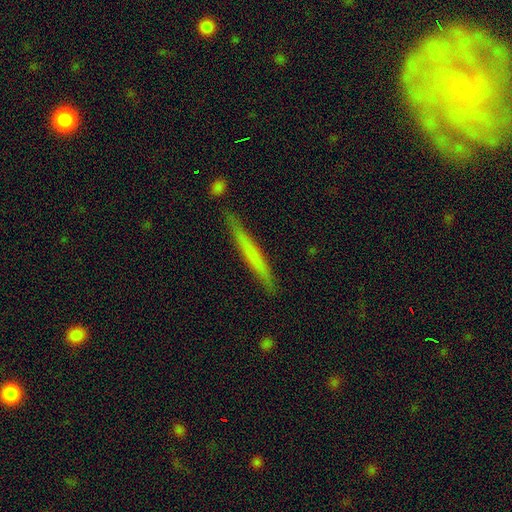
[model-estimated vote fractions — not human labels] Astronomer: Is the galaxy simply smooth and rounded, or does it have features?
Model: featured or disk — 46%, tied with smooth at 46%.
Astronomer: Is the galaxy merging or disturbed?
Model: none — 87%.